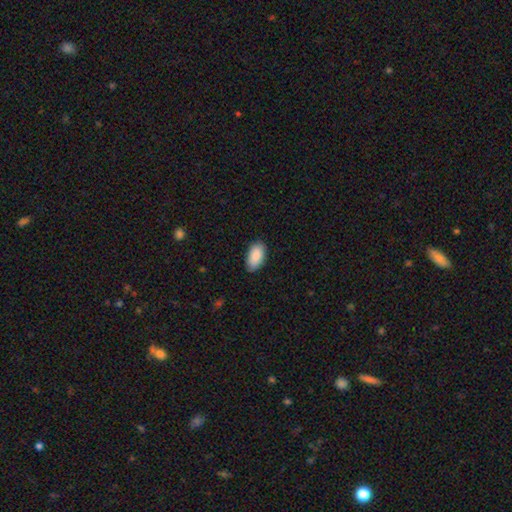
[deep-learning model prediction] Smooth or featured: smooth — 90% (star or artifact — 6%)
How rounded: in between — 95% (round — 3%)
Merging: none — 85% (minor disturbance — 12%)